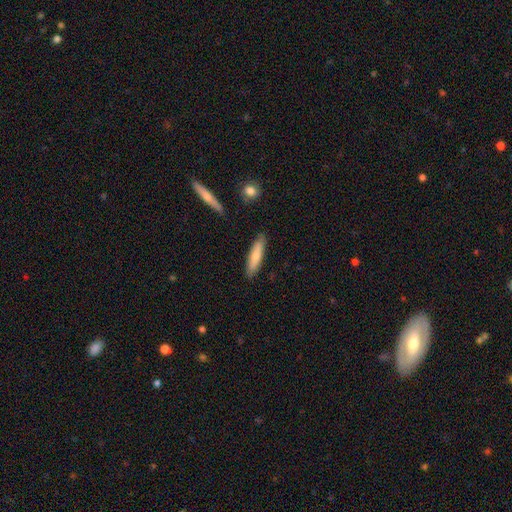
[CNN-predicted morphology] Smooth or featured? smooth (74%)
How rounded? cigar-shaped (79%)
Merging? none (87%)